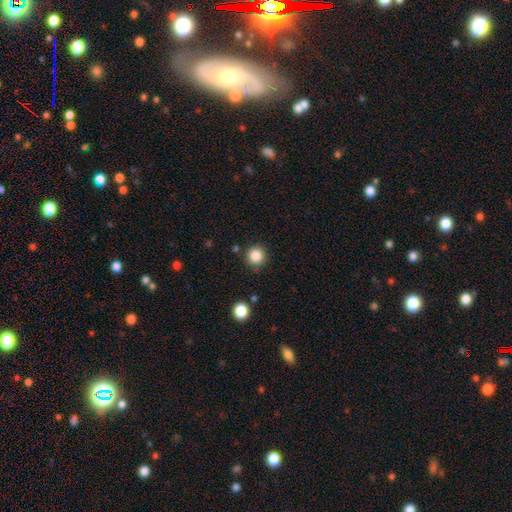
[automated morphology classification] A smooth galaxy with no disk features (85%) that is round (94%). Merging: none (88%).